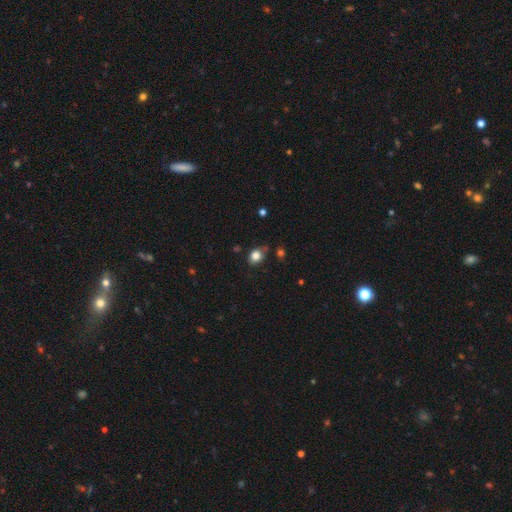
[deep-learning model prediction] A smooth galaxy with no disk features (82%) that is in between round and cigar-shaped (50%).

Vote fractions:
- Smooth or featured? smooth: 82% / star or artifact: 11% / featured or disk: 8%
- How rounded? in between: 50% / round: 49% / cigar-shaped: 1%
- Merging? none: 69% / minor disturbance: 22% / major disturbance: 5% / merger: 4%